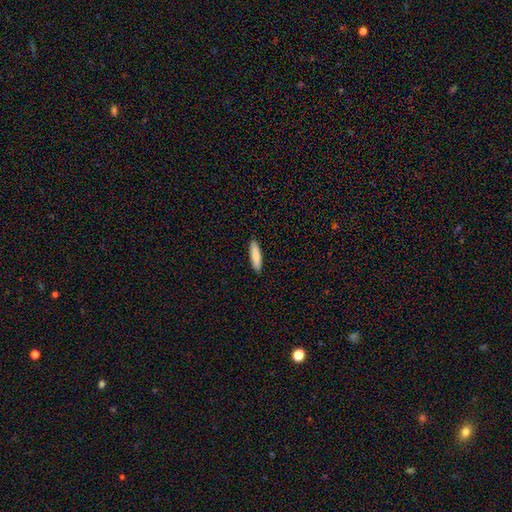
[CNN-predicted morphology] The model was most divided on "how rounded": cigar-shaped: 70%, in between: 28%, round: 2%. More confident: merging — none (91%); smooth or featured — smooth (82%).